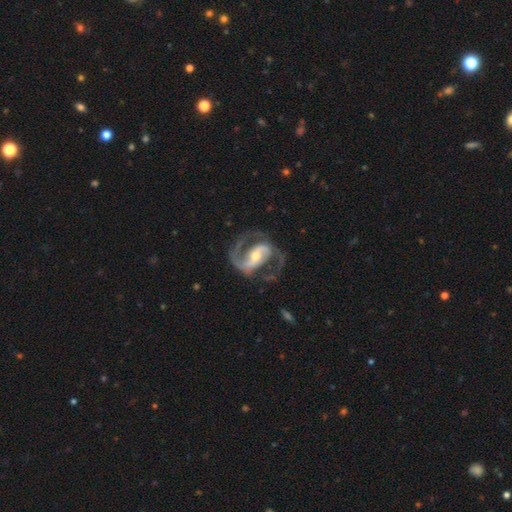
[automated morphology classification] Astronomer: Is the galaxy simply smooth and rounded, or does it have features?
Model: featured or disk — 91%.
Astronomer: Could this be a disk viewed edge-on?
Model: no — 97%.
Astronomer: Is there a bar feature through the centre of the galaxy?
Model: strong — 44% (runner-up: weak, 37%).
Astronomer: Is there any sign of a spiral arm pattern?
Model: yes — 97%.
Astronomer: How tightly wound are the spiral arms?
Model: medium — 59%.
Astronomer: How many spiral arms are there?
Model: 2 — 91%.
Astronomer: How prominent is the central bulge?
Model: moderate — 61%.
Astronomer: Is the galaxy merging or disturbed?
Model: none — 71%.